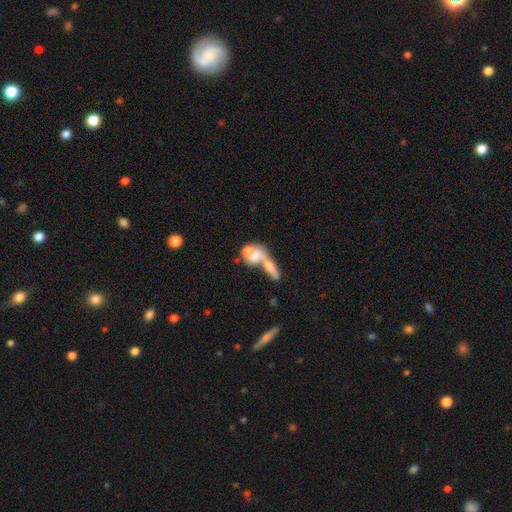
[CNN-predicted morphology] A smooth galaxy with no disk features (56%) that is in between round and cigar-shaped (53%).

Vote fractions:
- Smooth or featured? smooth: 56% / featured or disk: 33% / star or artifact: 11%
- How rounded? in between: 53% / round: 30% / cigar-shaped: 17%
- Merging? merger: 65% / none: 17% / major disturbance: 11% / minor disturbance: 7%